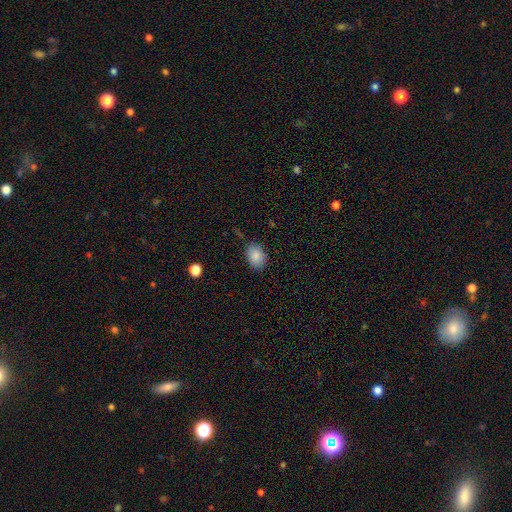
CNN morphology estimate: Smooth or featured?
  - smooth: 86% *
  - star or artifact: 8%
  - featured or disk: 6%
How rounded?
  - in between: 76% *
  - round: 23%
  - cigar-shaped: 1%
Merging?
  - none: 80% *
  - minor disturbance: 15%
  - major disturbance: 3%
  - merger: 2%